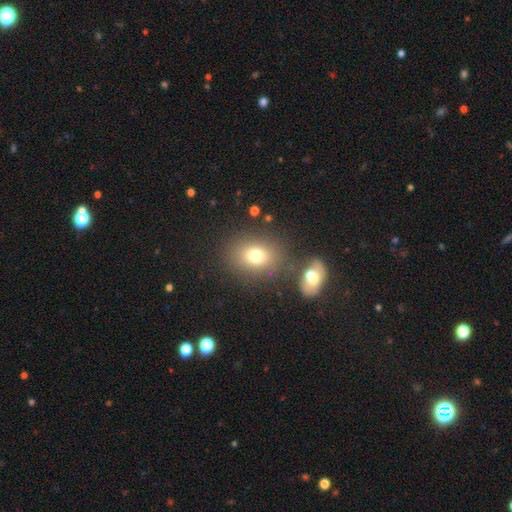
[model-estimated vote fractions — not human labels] This appears to be a smooth galaxy with no disk features (77%) that is in between round and cigar-shaped (53%). Merging: none (73%).